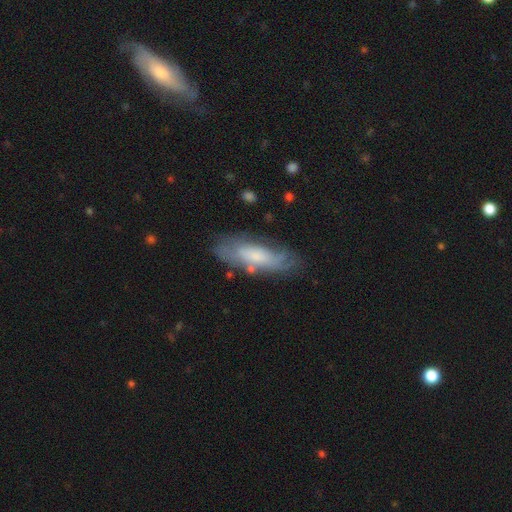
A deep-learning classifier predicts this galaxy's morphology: smooth 49%, featured or disk 44%, star or artifact 7%. Down the decision tree: merging — none (69%).